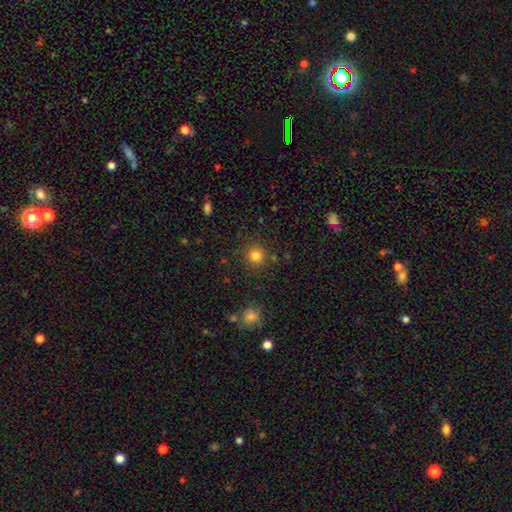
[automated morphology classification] This is clearly a smooth galaxy (82%). How rounded: clearly round (92%). Merging: clearly none (86%).